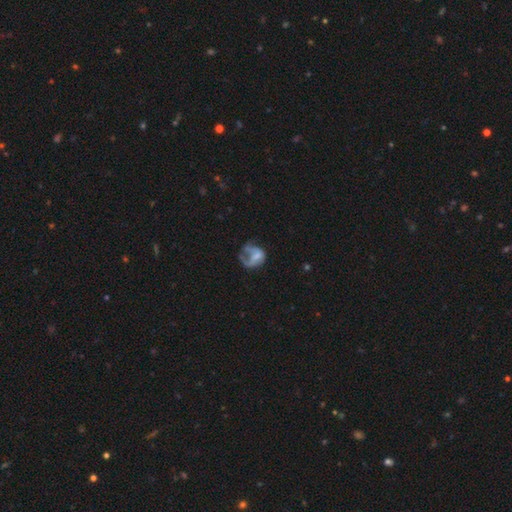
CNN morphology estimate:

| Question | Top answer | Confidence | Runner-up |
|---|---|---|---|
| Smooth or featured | smooth | 46% | featured or disk (44%) |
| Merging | major disturbance | 50% | none (25%) |